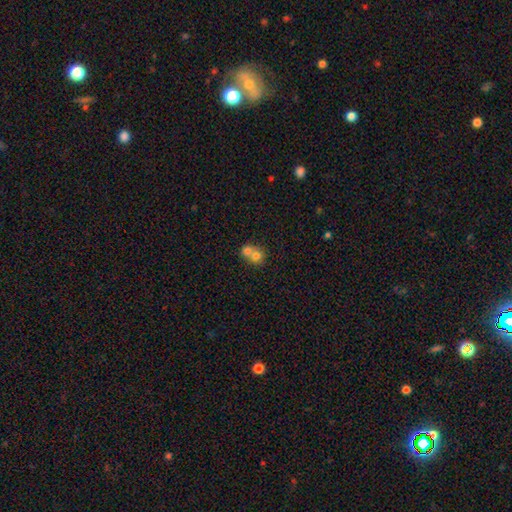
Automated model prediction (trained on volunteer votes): Overall: smooth (70%). How rounded: round (78%). Merging: merger (66%; none 27%).